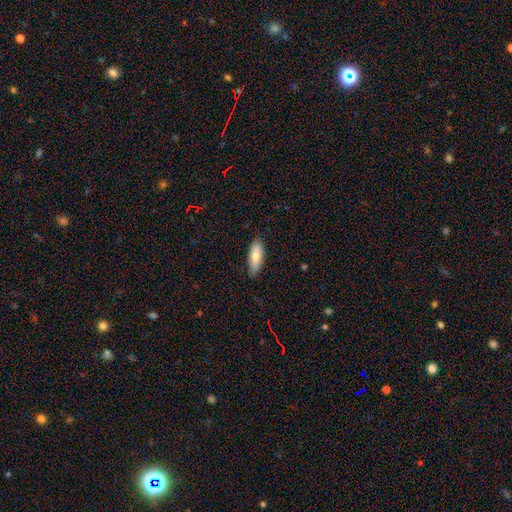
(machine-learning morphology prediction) This appears to be a smooth galaxy with no disk features (77%) that is in between round and cigar-shaped (69%). Merging: none (84%).